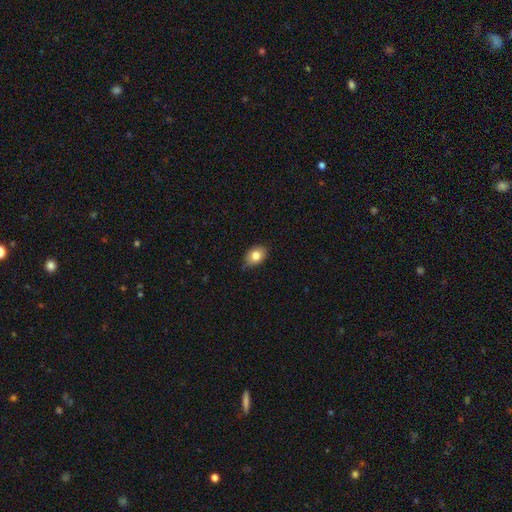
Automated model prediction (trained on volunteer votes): Overall: smooth (81%). How rounded: in between (79%). Merging: none (76%).